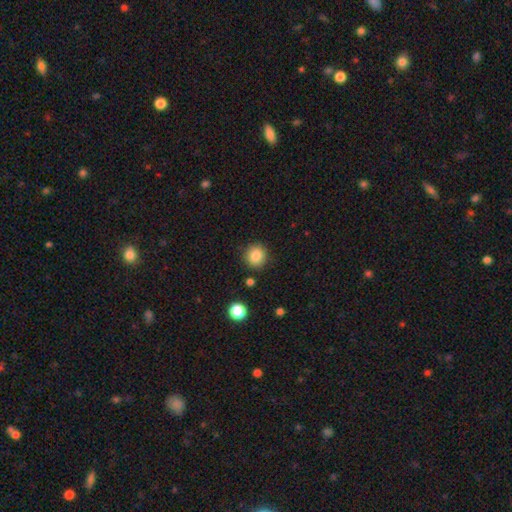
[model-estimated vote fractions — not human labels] This appears to be a smooth galaxy with no disk features (86%) that is round (91%). Merging: none (88%).